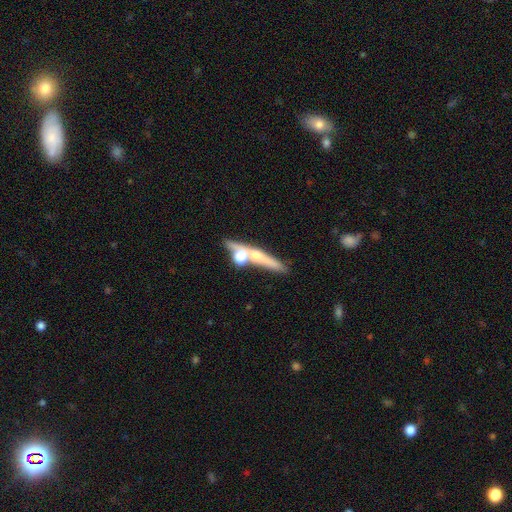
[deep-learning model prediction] Overall: featured or disk (51%; smooth 37%). Edge-on disk: yes (82%). Merging: none (55%; merger 28%).